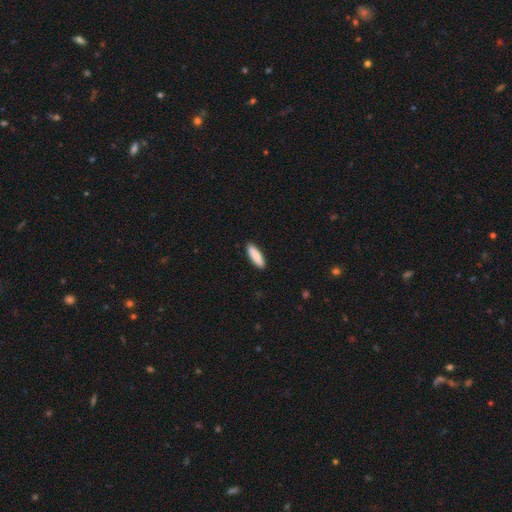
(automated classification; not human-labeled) smooth 87%, featured or disk 7%, star or artifact 5%. Down the decision tree: how rounded — cigar-shaped (53%); merging — none (90%).